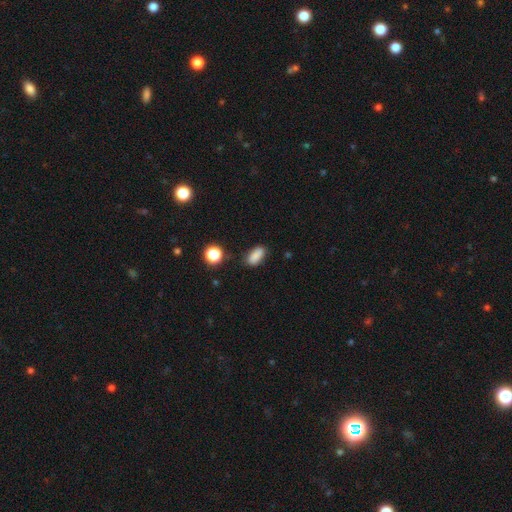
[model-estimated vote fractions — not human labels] Morphology: type=smooth (85%); roundness=in between (82%); merging=none (80%).